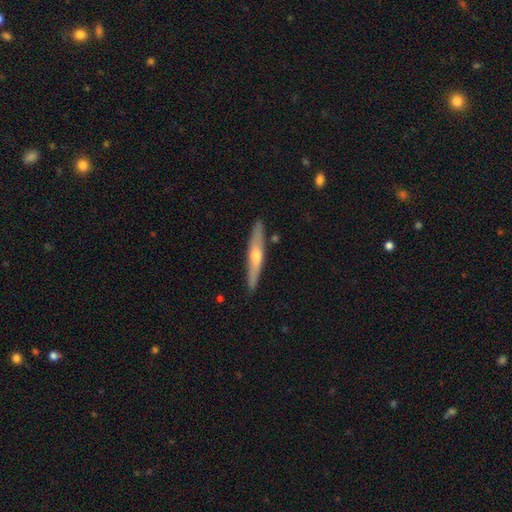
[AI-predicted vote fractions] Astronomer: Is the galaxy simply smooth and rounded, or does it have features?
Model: featured or disk — 62%.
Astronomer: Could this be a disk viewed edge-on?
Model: yes — 93%.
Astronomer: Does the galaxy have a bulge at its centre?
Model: rounded — 87%.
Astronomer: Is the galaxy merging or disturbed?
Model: none — 89%.